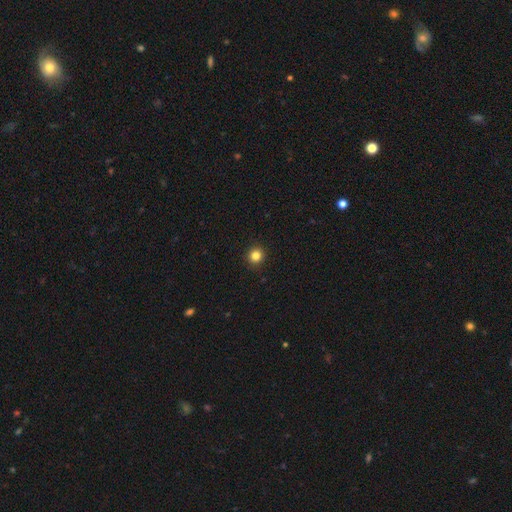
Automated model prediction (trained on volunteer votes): Q: Smooth or featured?
A: smooth (84%); runner-up: star or artifact (12%)
Q: How rounded?
A: round (94%); runner-up: in between (5%)
Q: Merging?
A: none (93%); runner-up: minor disturbance (5%)